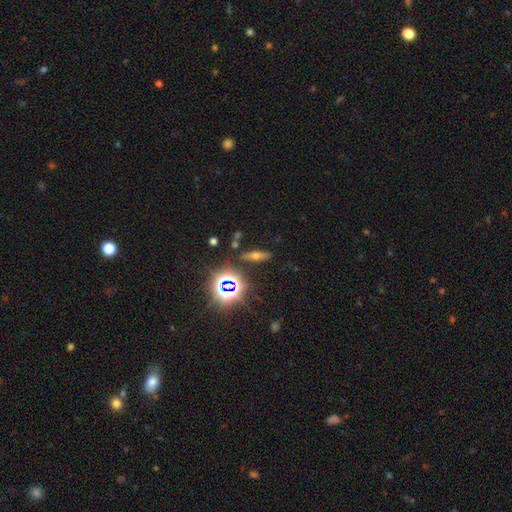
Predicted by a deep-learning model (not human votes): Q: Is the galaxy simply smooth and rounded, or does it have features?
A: smooth — 36%.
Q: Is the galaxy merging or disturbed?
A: none — 84%.